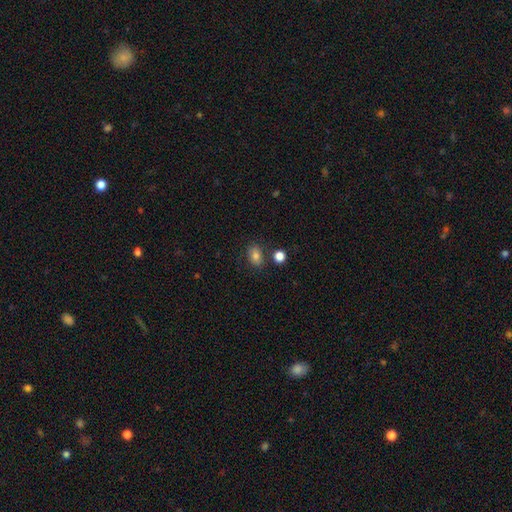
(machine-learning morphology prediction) A smooth galaxy with no disk features (80%) that is in between round and cigar-shaped (73%). Merging: none (75%).